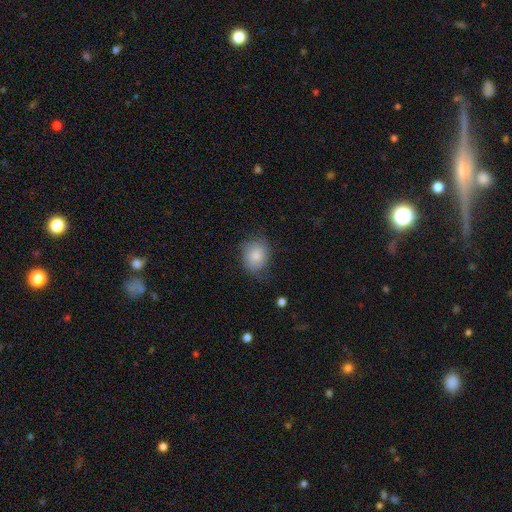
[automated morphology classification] A smooth galaxy with no disk features (79%) that is round (55%).

Vote fractions:
- Smooth or featured? smooth: 79% / featured or disk: 14% / star or artifact: 7%
- How rounded? round: 55% / in between: 44% / cigar-shaped: 1%
- Merging? none: 63% / minor disturbance: 27% / major disturbance: 9% / merger: 1%